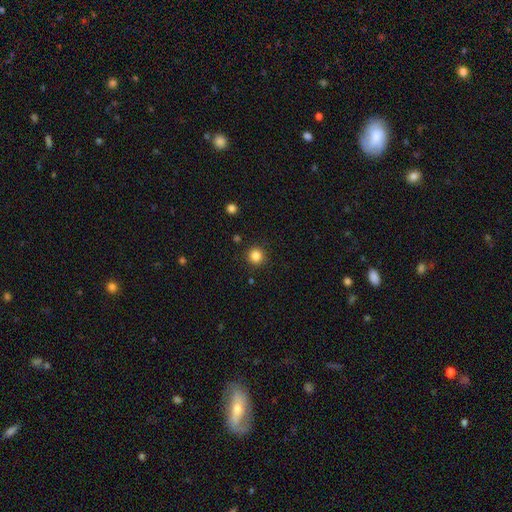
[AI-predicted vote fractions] Morphology: type=smooth (85%); roundness=round (93%); merging=none (90%).